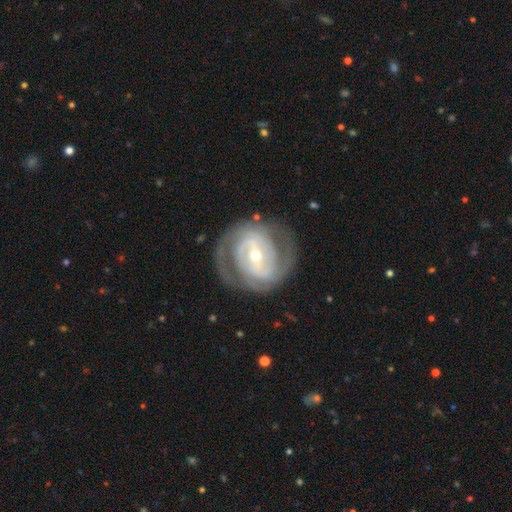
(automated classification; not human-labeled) This appears to be a featured or disk galaxy (86%) with a weak bar (39%), 2 (67%) tight (53%) spiral arms (89%) and a small central bulge (60%). Merging: none (76%).